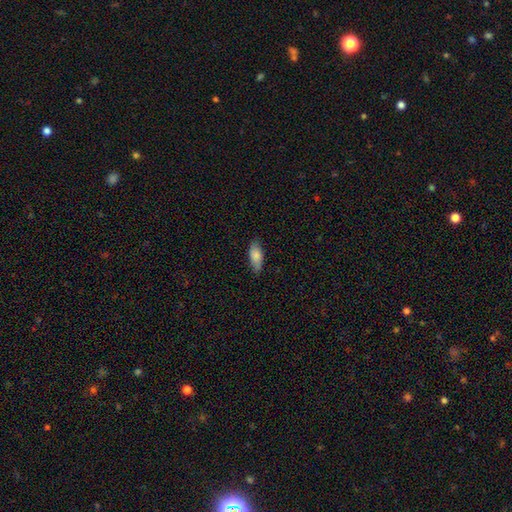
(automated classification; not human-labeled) A smooth galaxy with no disk features (82%) that is in between round and cigar-shaped (79%).

Vote fractions:
- Smooth or featured? smooth: 82% / featured or disk: 12% / star or artifact: 6%
- How rounded? in between: 79% / cigar-shaped: 19% / round: 2%
- Merging? none: 80% / minor disturbance: 16% / major disturbance: 3% / merger: 1%